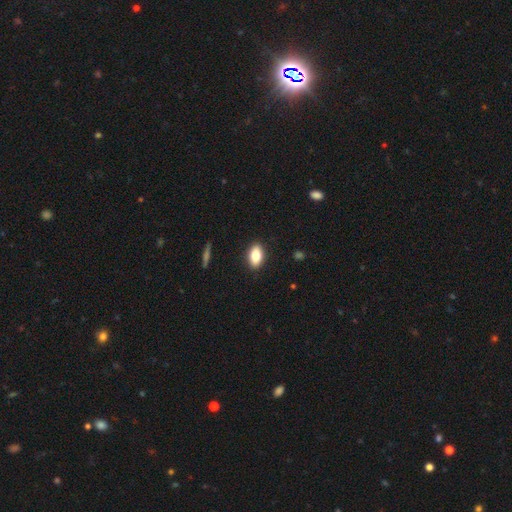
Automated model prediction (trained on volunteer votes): Smooth or featured: smooth — 81% (featured or disk — 11%)
How rounded: in between — 90% (round — 7%)
Merging: none — 89% (minor disturbance — 8%)